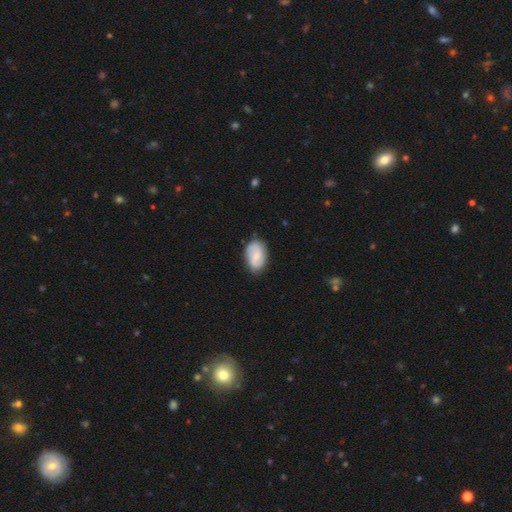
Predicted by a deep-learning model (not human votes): smooth 59%, featured or disk 34%, star or artifact 7%. Down the decision tree: how rounded — in between (89%); merging — none (72%).